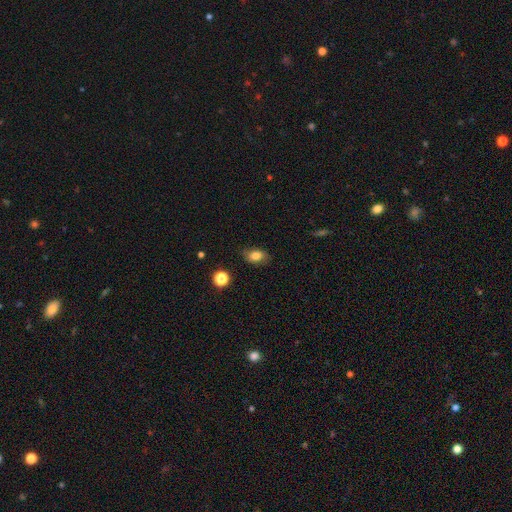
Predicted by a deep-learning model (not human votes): The model was most divided on "merging": none: 78%, minor disturbance: 16%, major disturbance: 4%, merger: 1%. More confident: how rounded — in between (83%); smooth or featured — smooth (77%).